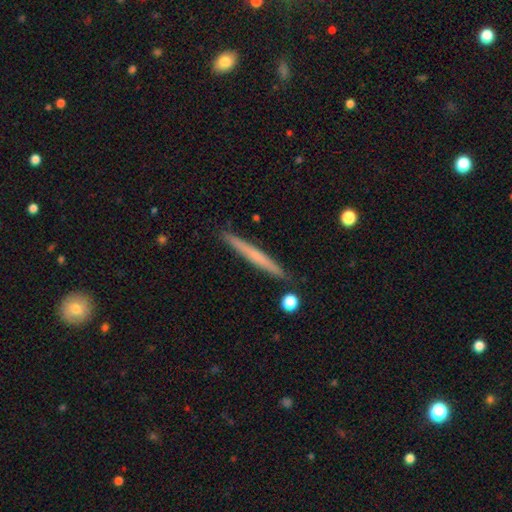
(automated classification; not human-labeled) A smooth galaxy with no disk features (54%) that is cigar-shaped (97%).

Vote fractions:
- Smooth or featured? smooth: 54% / featured or disk: 40% / star or artifact: 6%
- How rounded? cigar-shaped: 97% / in between: 2% / round: 1%
- Merging? none: 90% / minor disturbance: 7% / merger: 2% / major disturbance: 1%